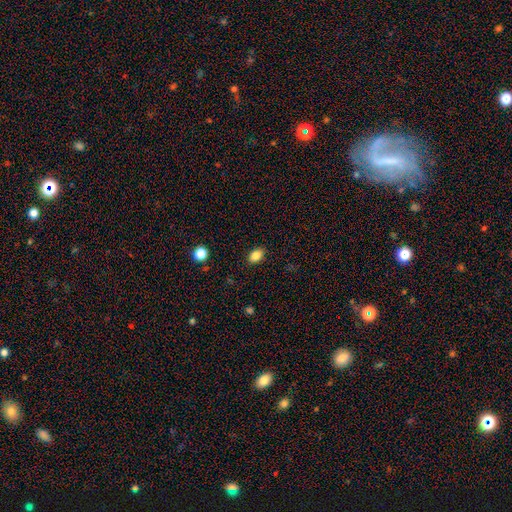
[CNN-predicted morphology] smooth 85%, star or artifact 10%, featured or disk 5%. Down the decision tree: how rounded — in between (82%); merging — none (88%).